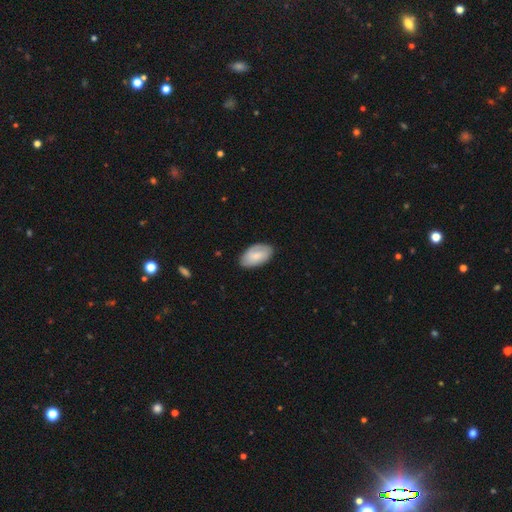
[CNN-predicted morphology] This is likely a smooth galaxy (73%). How rounded: clearly in between (95%). Merging: likely none (79%).